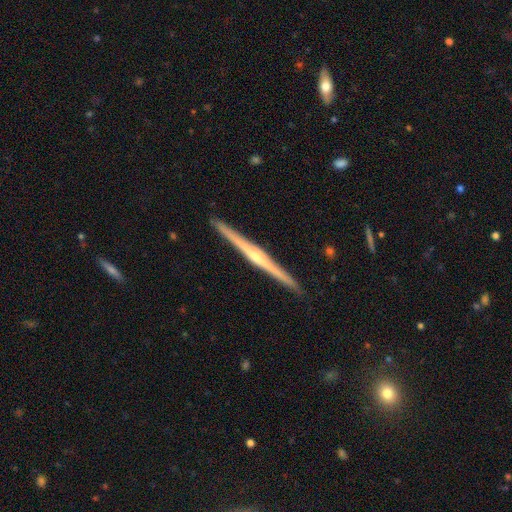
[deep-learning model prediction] Smooth or featured: featured or disk — 83% (smooth — 12%)
Edge-on disk: yes — 99% (no — 1%)
Edge-on bulge: rounded — 79% (none — 15%)
Merging: none — 92% (minor disturbance — 5%)